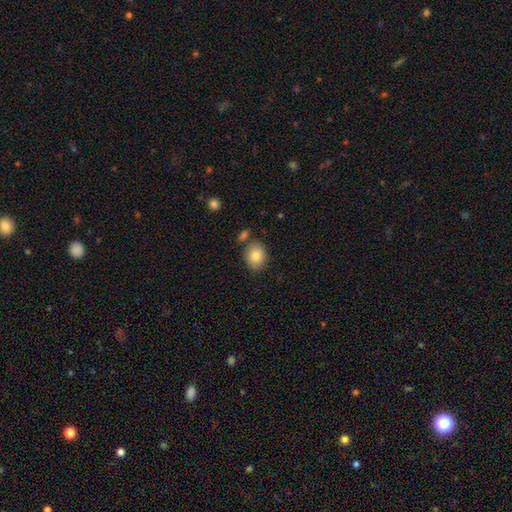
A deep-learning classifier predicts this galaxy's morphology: This appears to be a smooth galaxy with no disk features (83%) that is round (52%). Merging: none (78%).